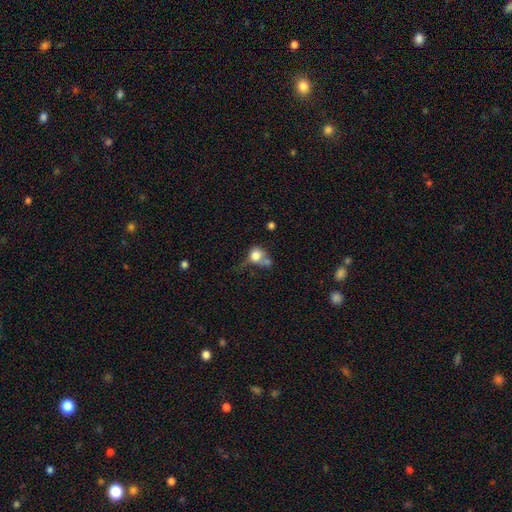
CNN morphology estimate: The model was most divided on "merging": merger: 34%, none: 29%, minor disturbance: 19%, major disturbance: 18%. More confident: smooth or featured — smooth (75%); how rounded — round (69%).